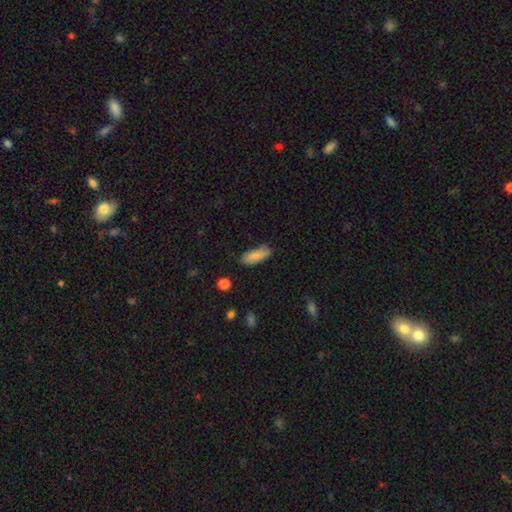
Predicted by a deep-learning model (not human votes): Q: Smooth or featured?
A: smooth (86%); runner-up: featured or disk (8%)
Q: How rounded?
A: in between (75%); runner-up: cigar-shaped (23%)
Q: Merging?
A: none (77%); runner-up: minor disturbance (18%)